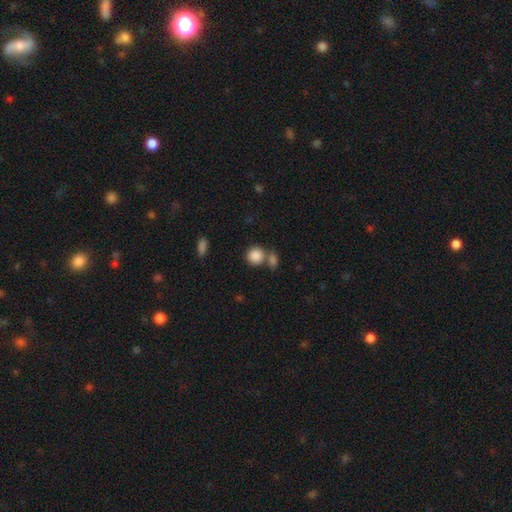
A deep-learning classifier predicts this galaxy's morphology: The model was most divided on "merging": none: 52%, merger: 35%, minor disturbance: 9%, major disturbance: 4%. More confident: smooth or featured — smooth (87%); how rounded — round (84%).